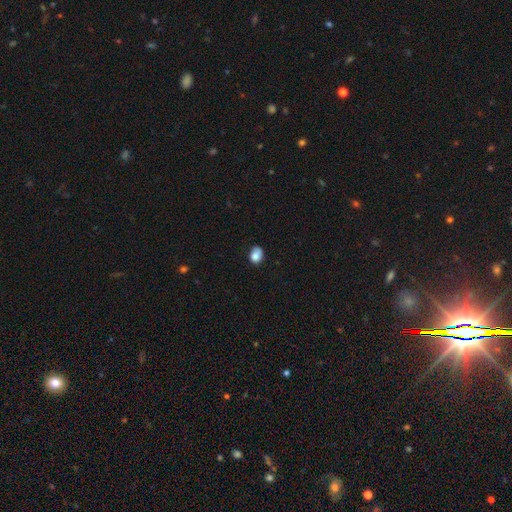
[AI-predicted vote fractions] Smooth or featured? smooth (84%)
How rounded? in between (57%)
Merging? none (61%)